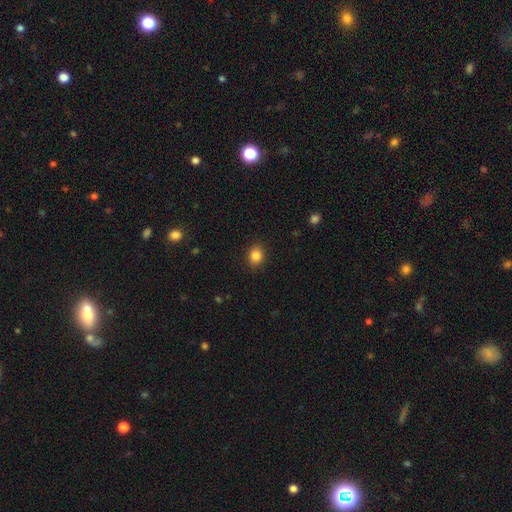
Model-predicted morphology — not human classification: This is clearly a smooth galaxy (85%). How rounded: possibly round (59%). Merging: clearly none (90%).